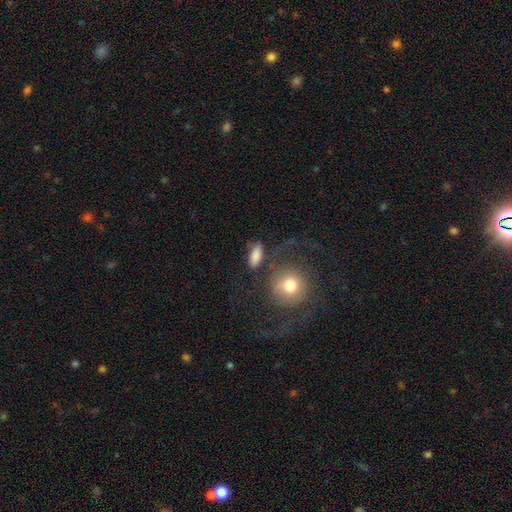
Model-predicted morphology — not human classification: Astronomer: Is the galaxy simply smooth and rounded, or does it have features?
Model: smooth — 82%.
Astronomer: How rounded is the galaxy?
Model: in between — 74%.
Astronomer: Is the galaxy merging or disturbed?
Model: none — 62%.